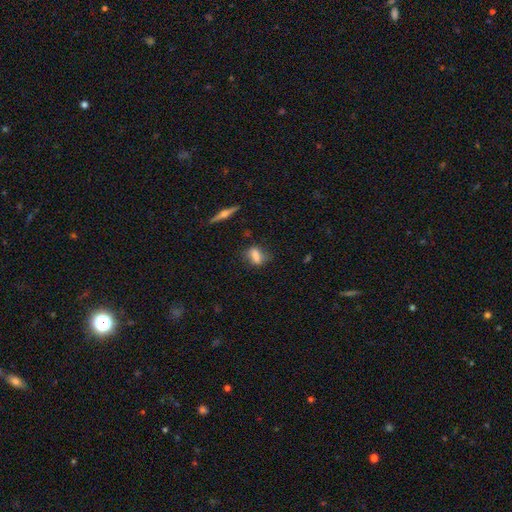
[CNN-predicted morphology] Smooth or featured? Predicted: smooth (p=0.71). How rounded? Predicted: in between (p=0.68). Merging? Predicted: none (p=0.69).